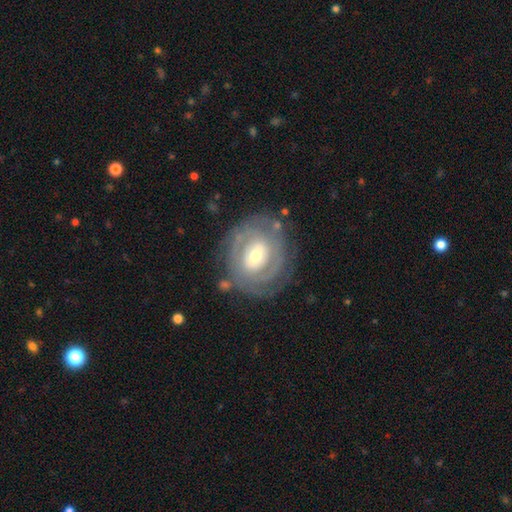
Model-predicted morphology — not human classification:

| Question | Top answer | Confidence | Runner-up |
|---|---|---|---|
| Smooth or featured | featured or disk | 77% | smooth (17%) |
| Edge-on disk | no | 96% | yes (4%) |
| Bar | weak | 41% | no (40%) |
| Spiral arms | yes | 79% | no (21%) |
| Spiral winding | tight | 75% | medium (19%) |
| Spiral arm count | can't tell | 40% | 2 (34%) |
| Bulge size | moderate | 56% | small (36%) |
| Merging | none | 78% | minor disturbance (14%) |